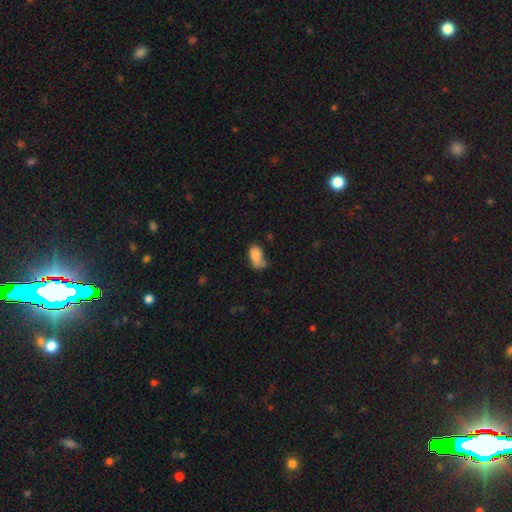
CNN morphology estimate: Overall: smooth (79%). How rounded: in between (89%). Merging: none (35%; minor disturbance 28%).